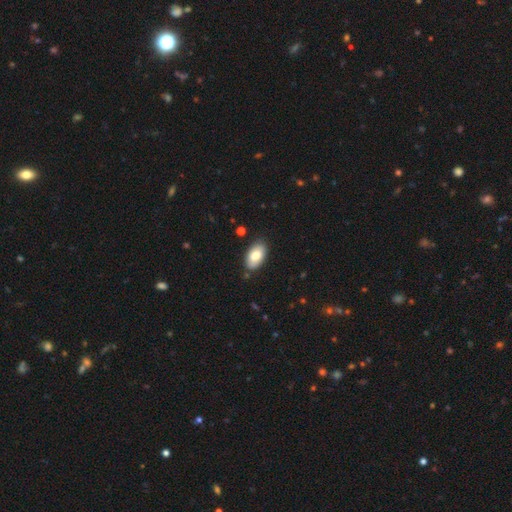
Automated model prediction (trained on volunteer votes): Q: Smooth or featured?
A: smooth (78%); runner-up: featured or disk (16%)
Q: How rounded?
A: in between (94%); runner-up: round (4%)
Q: Merging?
A: none (83%); runner-up: minor disturbance (12%)